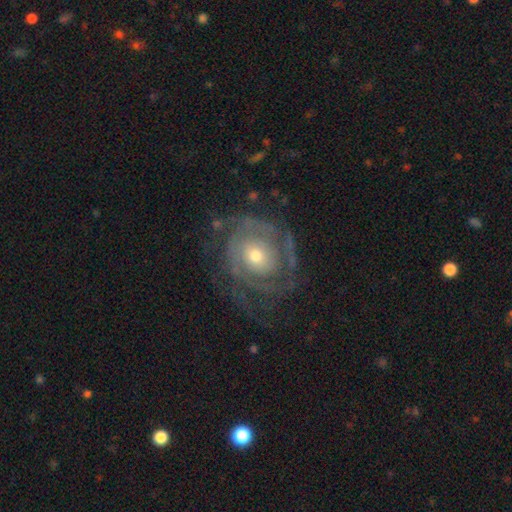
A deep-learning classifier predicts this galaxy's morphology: A featured or disk galaxy (84%) with no bar (78%), tight (69%) spiral arms (90%) and a moderate central bulge (56%).

Vote fractions:
- Smooth or featured? featured or disk: 84% / smooth: 10% / star or artifact: 6%
- Edge-on disk? no: 97% / yes: 3%
- Bar? no: 78% / weak: 18% / strong: 5%
- Spiral arms? yes: 90% / no: 10%
- Spiral winding? tight: 69% / medium: 24% / loose: 8%
- Spiral arm count? can't tell: 34% / 2: 29% / 3: 18% / 1: 7% / 4: 7% / more than 4: 5%
- Bulge size? moderate: 56% / small: 38% / large: 4% / none: 1% / dominant: 1%
- Merging? none: 67% / minor disturbance: 18% / major disturbance: 14% / merger: 1%